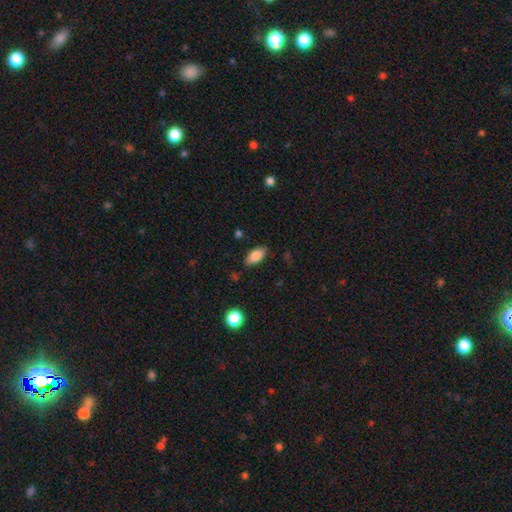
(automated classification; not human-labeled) Smooth or featured? smooth (84%)
How rounded? in between (88%)
Merging? none (83%)